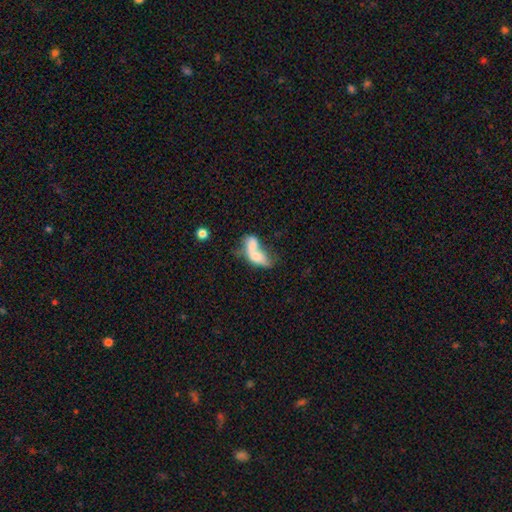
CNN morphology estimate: smooth-or-featured: smooth: 64% | featured or disk: 28% | star or artifact: 8%
  how-rounded: in between: 81% | cigar-shaped: 10% | round: 9%
  merging: merger: 72% | none: 11% | major disturbance: 10% | minor disturbance: 7%